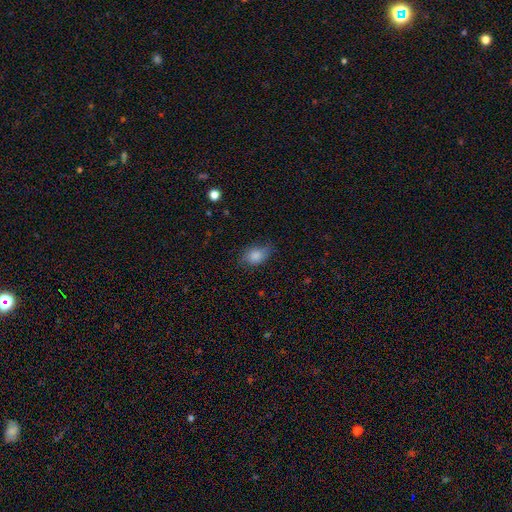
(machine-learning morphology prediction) type=smooth (82%); roundness=in between (80%); merging=none (64%).